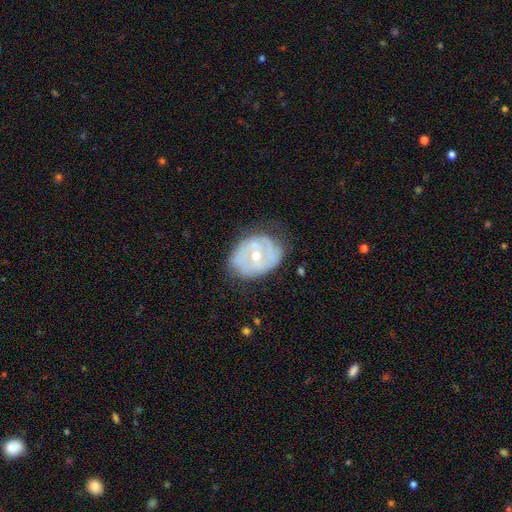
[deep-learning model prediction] A featured or disk galaxy (71%) with no bar (58%), spiral arms (67%) and a moderate central bulge (53%).

Vote fractions:
- Smooth or featured? featured or disk: 71% / smooth: 22% / star or artifact: 7%
- Edge-on disk? no: 96% / yes: 4%
- Bar? no: 58% / weak: 31% / strong: 10%
- Spiral arms? yes: 67% / no: 33%
- Bulge size? moderate: 53% / small: 44% / large: 1% / none: 1% / dominant: 1%
- Merging? none: 60% / minor disturbance: 27% / major disturbance: 11% / merger: 2%